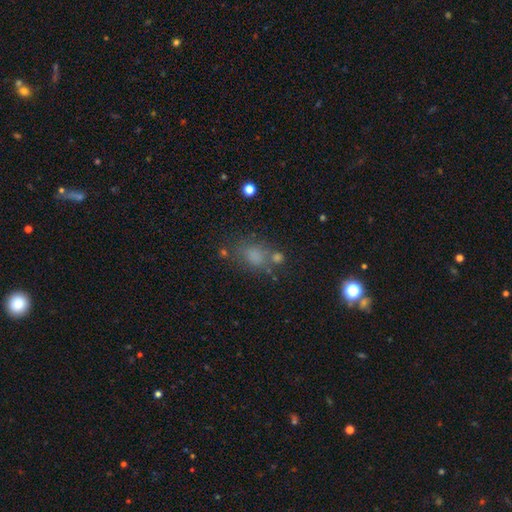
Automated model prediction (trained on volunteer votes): Q: Smooth or featured?
A: smooth (67%); runner-up: star or artifact (21%)
Q: How rounded?
A: in between (62%); runner-up: round (35%)
Q: Merging?
A: none (62%); runner-up: minor disturbance (17%)